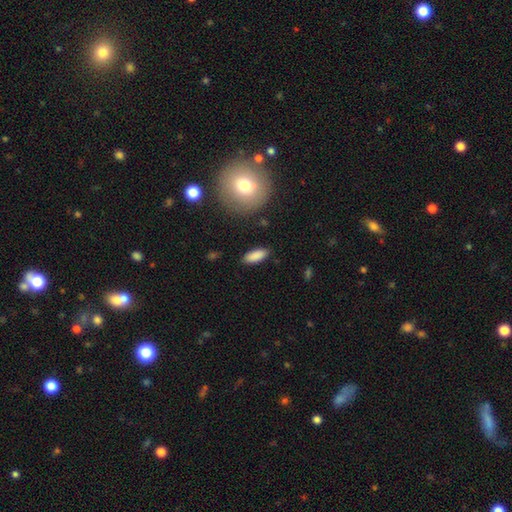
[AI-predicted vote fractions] A smooth galaxy with no disk features (88%) that is in between round and cigar-shaped (72%).

Vote fractions:
- Smooth or featured? smooth: 88% / star or artifact: 7% / featured or disk: 5%
- How rounded? in between: 72% / cigar-shaped: 26% / round: 2%
- Merging? none: 87% / minor disturbance: 9% / major disturbance: 2% / merger: 2%